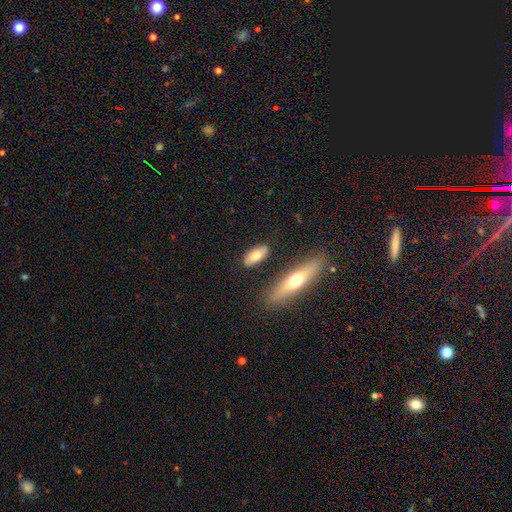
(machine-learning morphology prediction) Smooth or featured? Predicted: smooth (p=0.70). How rounded? Predicted: in between (p=0.78). Merging? Predicted: none (p=0.82).